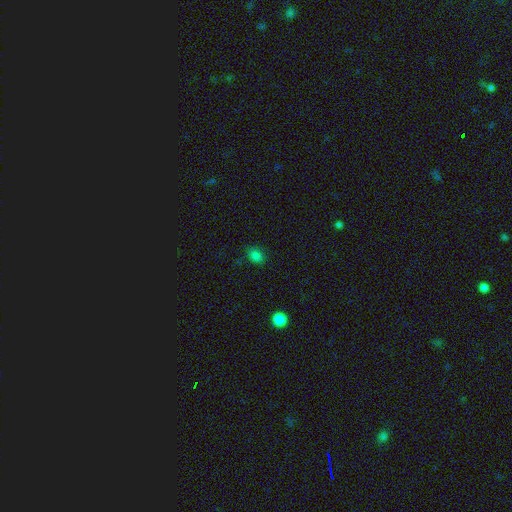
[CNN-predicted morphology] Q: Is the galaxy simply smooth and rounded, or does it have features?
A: smooth — 80%.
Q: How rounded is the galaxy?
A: in between — 65%.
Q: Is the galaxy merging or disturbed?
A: none — 82%.